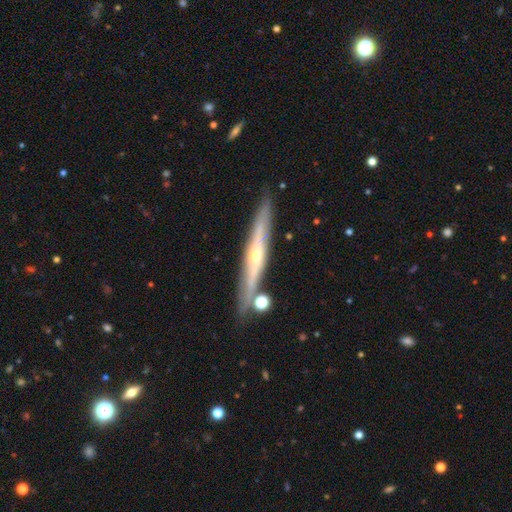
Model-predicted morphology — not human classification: This is likely a featured or disk galaxy (73%). It is clearly viewed edge-on (92%). Edge-on bulge: likely rounded (80%). Merging: clearly none (82%).